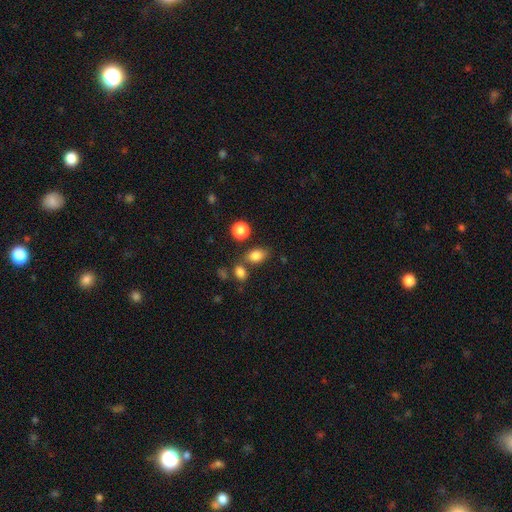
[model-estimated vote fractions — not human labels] Smooth or featured? Predicted: smooth (p=0.82). How rounded? Predicted: in between (p=0.76). Merging? Predicted: none (p=0.68).